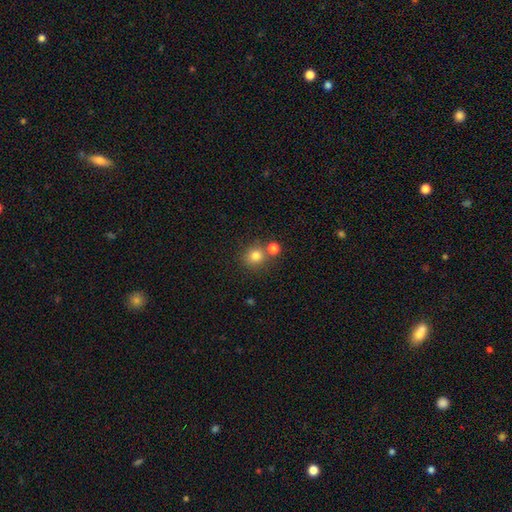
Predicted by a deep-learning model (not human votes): smooth-or-featured: smooth: 80% | star or artifact: 13% | featured or disk: 7%
  how-rounded: round: 86% | in between: 13% | cigar-shaped: 1%
  merging: none: 68% | merger: 20% | minor disturbance: 9% | major disturbance: 3%